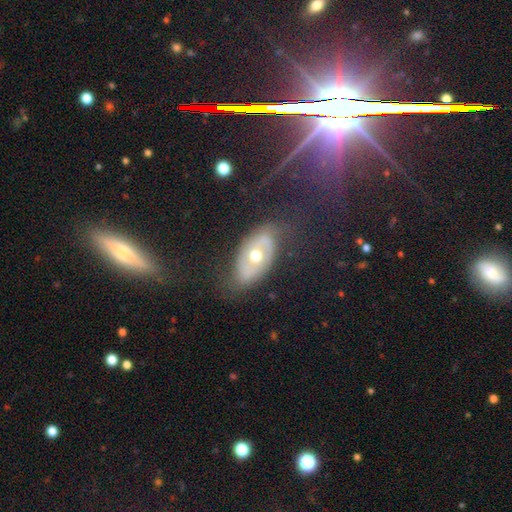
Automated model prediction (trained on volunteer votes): smooth-or-featured: featured or disk: 60% | smooth: 31% | star or artifact: 9%
  disk-edge-on: no: 90% | yes: 10%
    bar: no: 80% | weak: 14% | strong: 6%
    has-spiral-arms: no: 53% | yes: 47%
    bulge-size: moderate: 78% | small: 14% | large: 7% | dominant: 1% | none: 1%
  merging: none: 70% | minor disturbance: 19% | major disturbance: 9% | merger: 2%